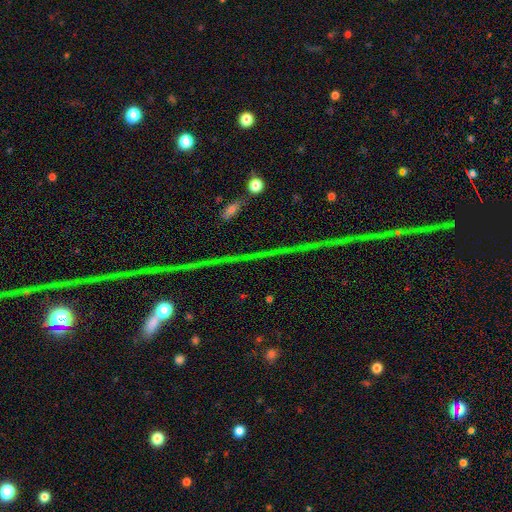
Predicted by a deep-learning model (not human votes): smooth-or-featured: star or artifact: 74% | featured or disk: 15% | smooth: 12%